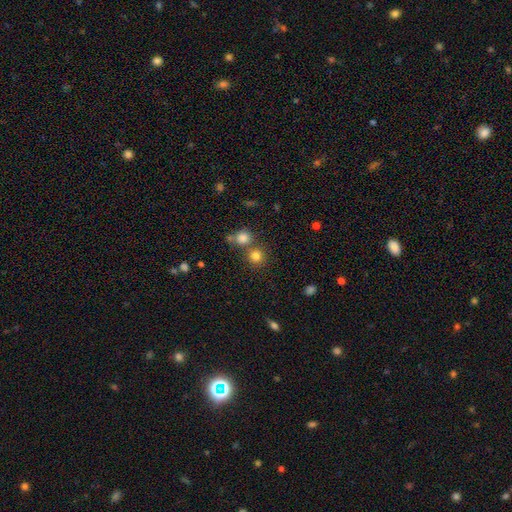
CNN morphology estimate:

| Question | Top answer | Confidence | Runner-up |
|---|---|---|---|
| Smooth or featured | smooth | 80% | star or artifact (13%) |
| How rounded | round | 90% | in between (9%) |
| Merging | none | 67% | merger (22%) |